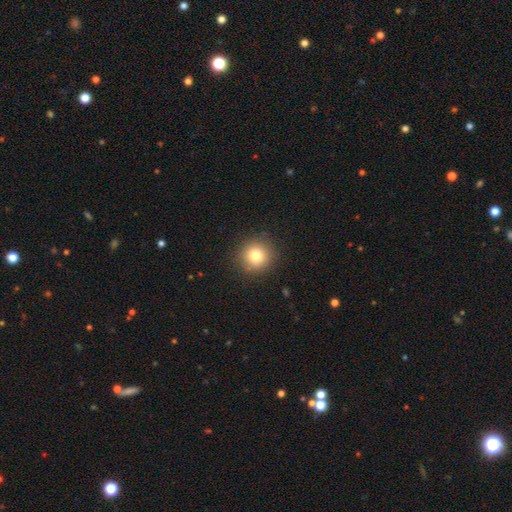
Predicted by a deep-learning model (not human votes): Smooth or featured? Predicted: smooth (p=0.80). How rounded? Predicted: round (p=0.93). Merging? Predicted: none (p=0.89).